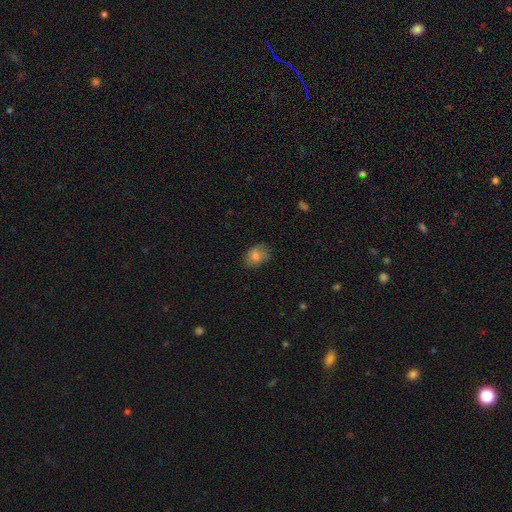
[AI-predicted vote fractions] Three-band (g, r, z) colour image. It shows a smooth galaxy with no disk features (79%) that is in between round and cigar-shaped (64%). Merging: none (72%).